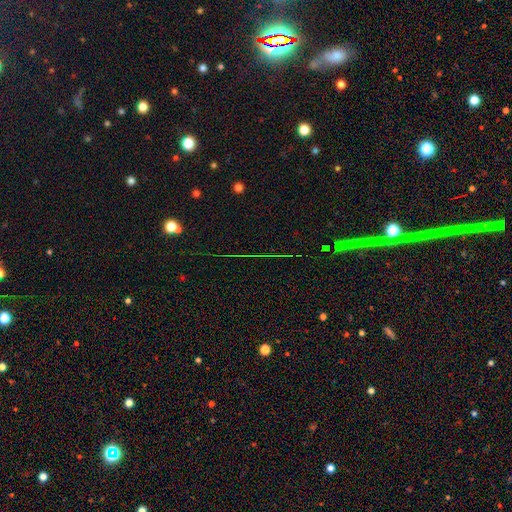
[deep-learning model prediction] Smooth or featured: star or artifact — 70% (smooth — 17%)